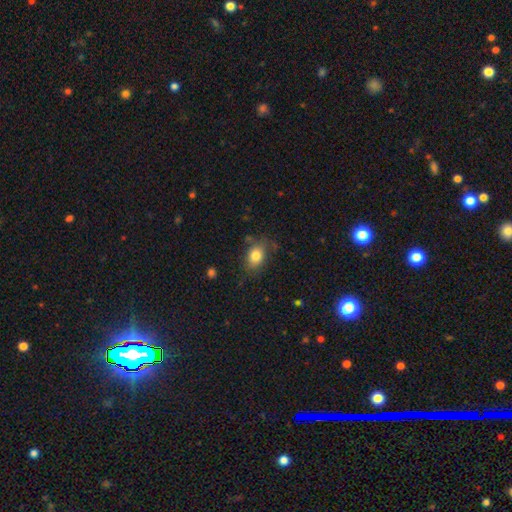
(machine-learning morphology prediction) This appears to be a smooth galaxy with no disk features (81%) that is in between round and cigar-shaped (71%). Merging: none (72%).